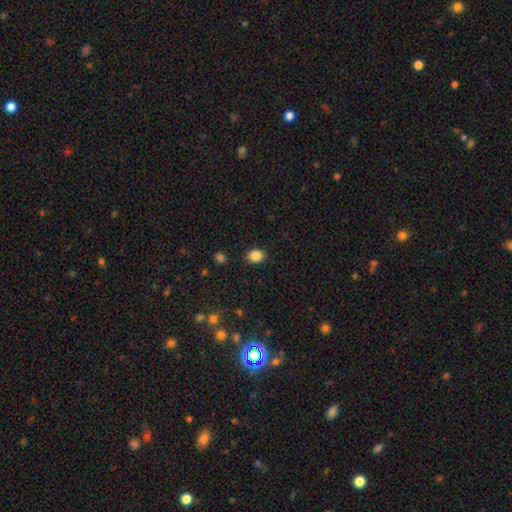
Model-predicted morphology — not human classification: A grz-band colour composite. It shows a smooth galaxy with no disk features (86%) that is round (55%). Merging: none (86%).